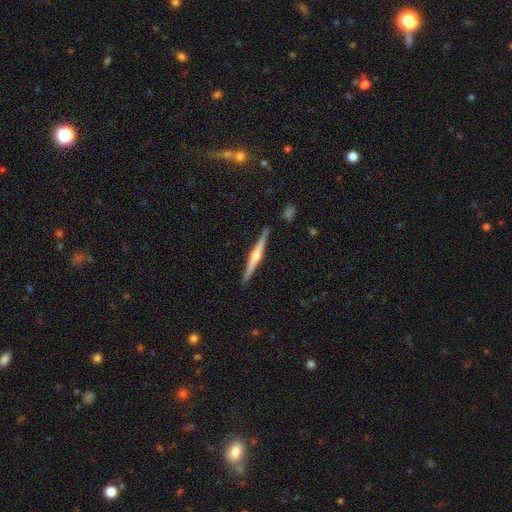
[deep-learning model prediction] Overall: featured or disk (75%). Edge-on disk: yes (98%). Edge-on bulge: rounded (88%). Merging: none (90%).